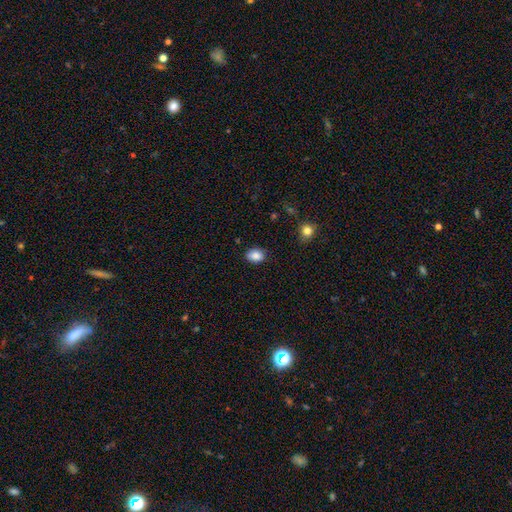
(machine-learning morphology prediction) smooth-or-featured: smooth: 87% | star or artifact: 9% | featured or disk: 4%
  how-rounded: in between: 65% | round: 34% | cigar-shaped: 1%
  merging: none: 86% | minor disturbance: 10% | major disturbance: 2% | merger: 1%